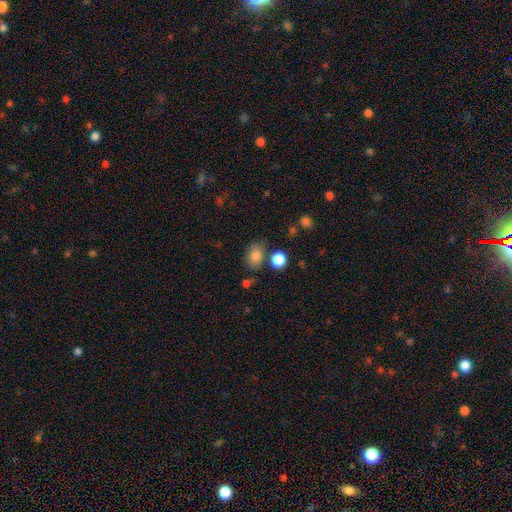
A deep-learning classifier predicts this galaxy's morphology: The model was most divided on "how rounded": in between: 71%, round: 27%, cigar-shaped: 1%. More confident: smooth or featured — smooth (83%); merging — none (72%).